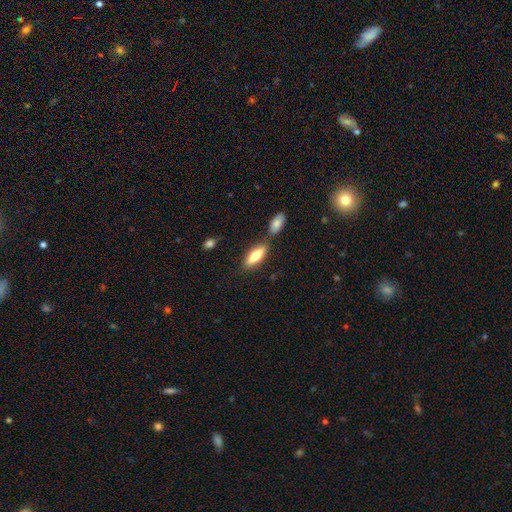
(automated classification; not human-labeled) Smooth or featured: smooth — 73% (featured or disk — 21%)
How rounded: in between — 65% (cigar-shaped — 33%)
Merging: none — 69% (merger — 16%)